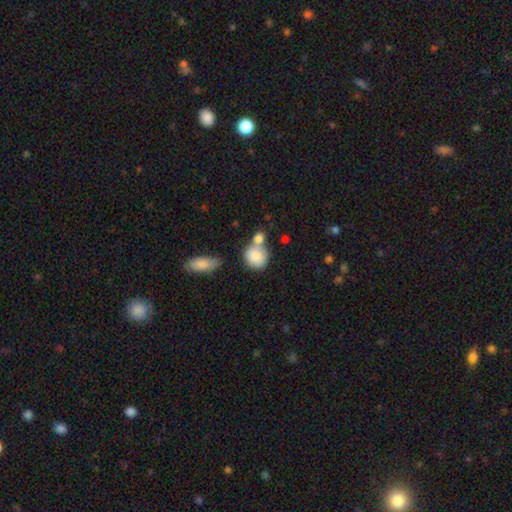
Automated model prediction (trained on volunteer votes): The model was most divided on "merging": none: 47%, merger: 36%, minor disturbance: 13%, major disturbance: 4%. More confident: smooth or featured — smooth (82%); how rounded — round (75%).